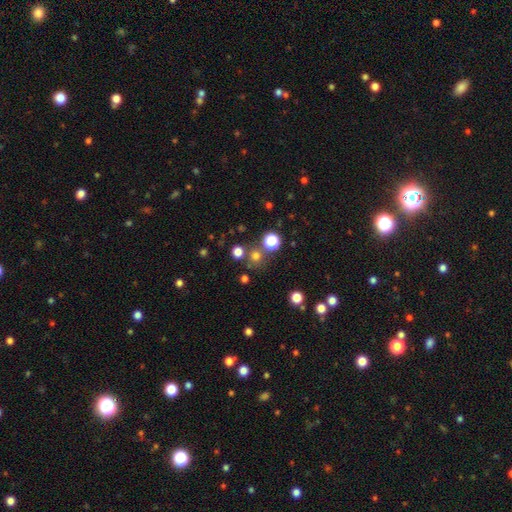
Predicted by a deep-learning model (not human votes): Morphology: type=smooth (68%); roundness=round (92%); merging=none (75%).